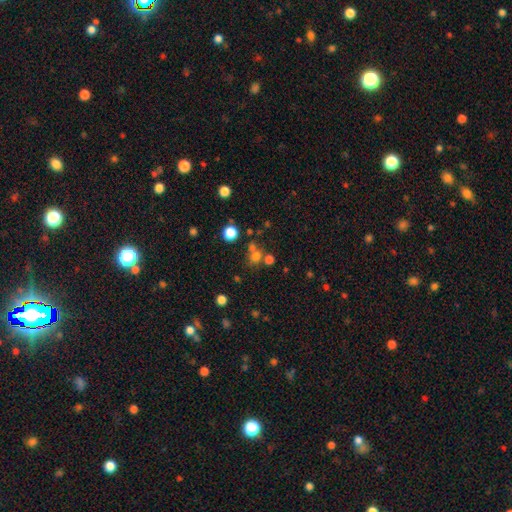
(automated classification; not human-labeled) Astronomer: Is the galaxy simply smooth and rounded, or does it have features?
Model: smooth — 66%.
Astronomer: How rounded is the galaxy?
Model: round — 79%.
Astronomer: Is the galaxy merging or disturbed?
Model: none — 54% (runner-up: merger, 30%).